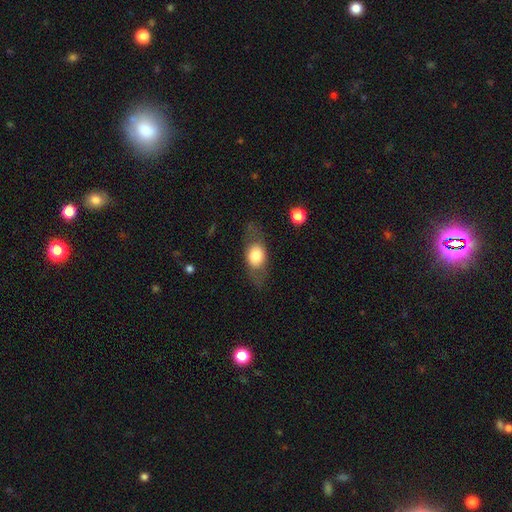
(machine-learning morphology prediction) type=smooth (63%); roundness=in between (70%); merging=none (75%).